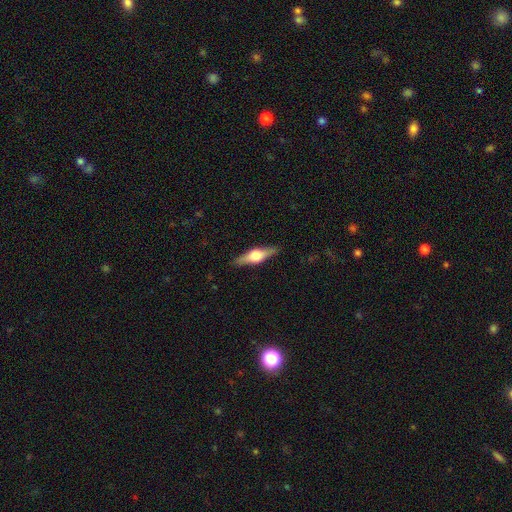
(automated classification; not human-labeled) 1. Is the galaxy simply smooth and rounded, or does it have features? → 66% featured or disk, 28% smooth, 6% star or artifact.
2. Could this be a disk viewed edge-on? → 96% yes, 4% no.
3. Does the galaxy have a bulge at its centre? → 93% rounded, 5% boxy, 1% none.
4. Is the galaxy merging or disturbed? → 89% none, 8% minor disturbance, 2% major disturbance, 1% merger.